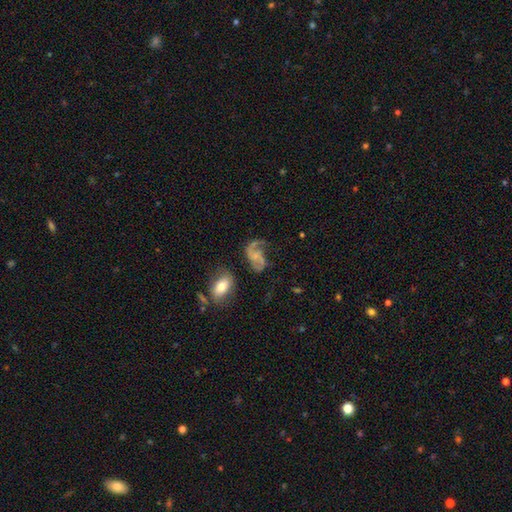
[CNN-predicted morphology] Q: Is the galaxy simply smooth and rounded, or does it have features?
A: featured or disk — 71%.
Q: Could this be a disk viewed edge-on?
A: no — 97%.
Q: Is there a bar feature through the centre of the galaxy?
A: no — 64%.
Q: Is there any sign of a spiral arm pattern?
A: yes — 88%.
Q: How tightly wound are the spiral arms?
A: loose — 56%.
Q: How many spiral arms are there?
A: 2 — 71%.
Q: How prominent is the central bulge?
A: small — 42%.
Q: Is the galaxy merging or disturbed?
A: none — 41%.